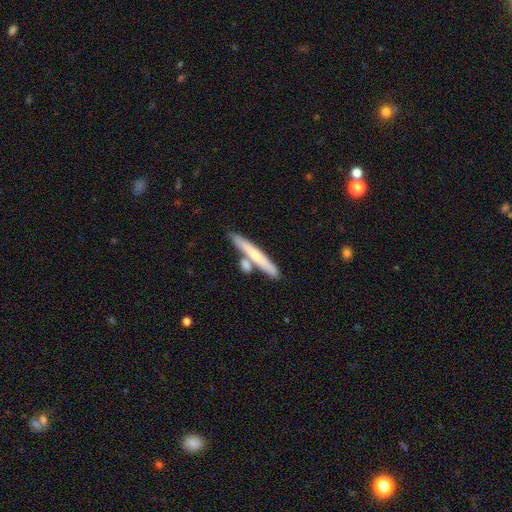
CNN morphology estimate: Smooth or featured?
  - smooth: 57% *
  - featured or disk: 37%
  - star or artifact: 6%
How rounded?
  - cigar-shaped: 92% *
  - in between: 6%
  - round: 2%
Merging?
  - none: 68% *
  - merger: 18%
  - minor disturbance: 11%
  - major disturbance: 3%